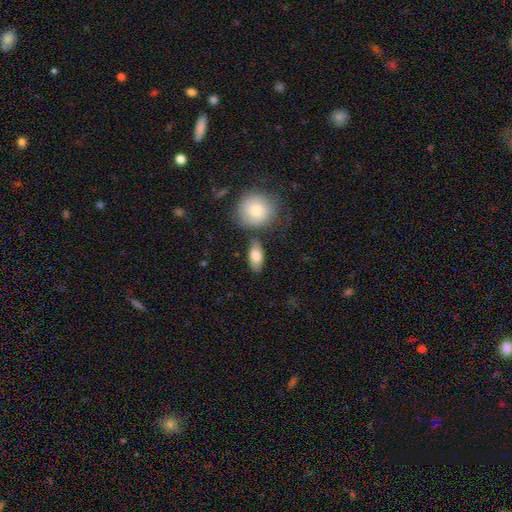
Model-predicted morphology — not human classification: type=smooth (79%); roundness=in between (86%); merging=none (76%).